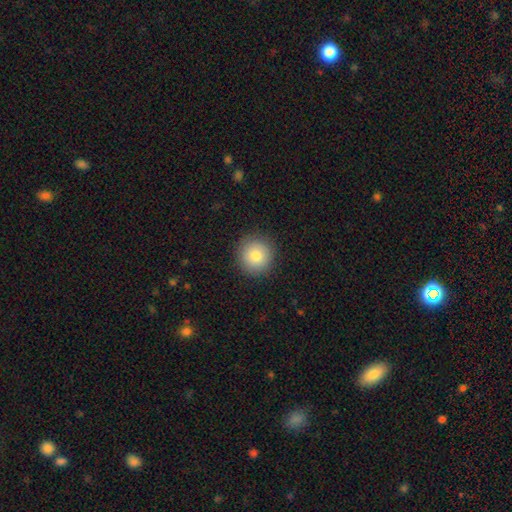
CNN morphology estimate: The model was most divided on "smooth or featured": smooth: 81%, featured or disk: 10%, star or artifact: 9%. More confident: how rounded — round (95%); merging — none (91%).